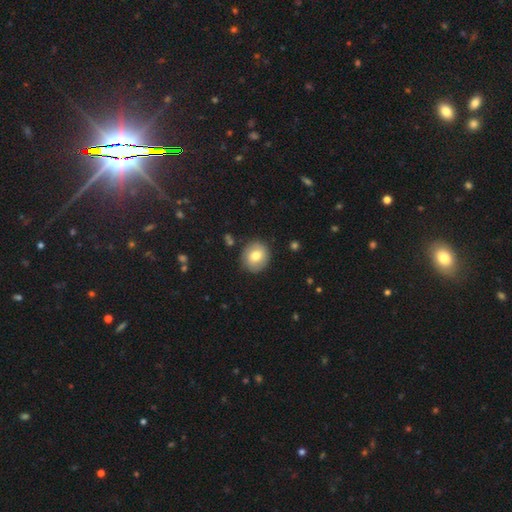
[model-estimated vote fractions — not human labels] The model was most divided on "smooth or featured": smooth: 76%, featured or disk: 16%, star or artifact: 8%. More confident: merging — none (88%); how rounded — round (83%).